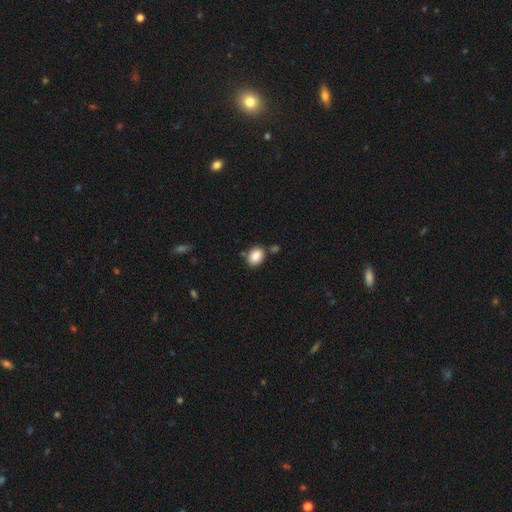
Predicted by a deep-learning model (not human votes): Smooth or featured: smooth — 87% (star or artifact — 8%)
How rounded: in between — 70% (round — 29%)
Merging: none — 75% (minor disturbance — 13%)